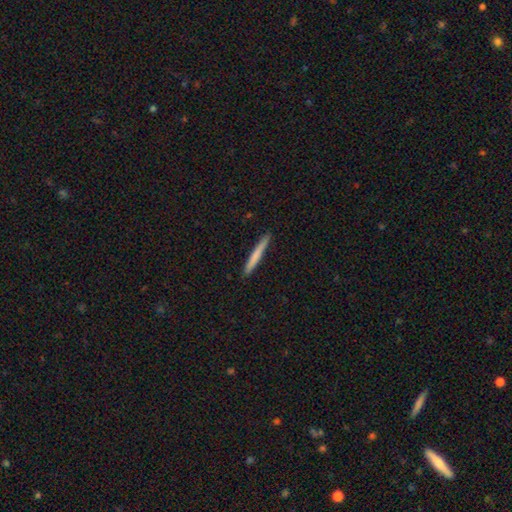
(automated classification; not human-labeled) smooth-or-featured: smooth: 72% | featured or disk: 23% | star or artifact: 5%
  how-rounded: cigar-shaped: 97% | in between: 2% | round: 1%
  merging: none: 92% | minor disturbance: 6% | major disturbance: 1% | merger: 1%